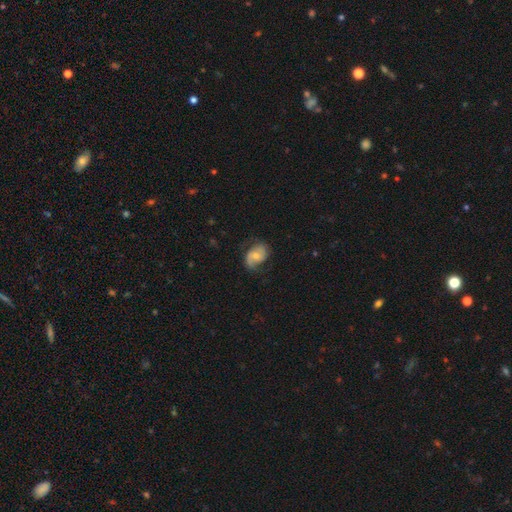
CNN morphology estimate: featured or disk 62%, smooth 31%, star or artifact 7%. Down the decision tree: edge-on disk — no (97%); bar — no (59%); spiral arms — yes (87%); spiral arm count — 2 (74%); spiral winding — medium (42%); bulge size — moderate (52%); merging — none (61%).